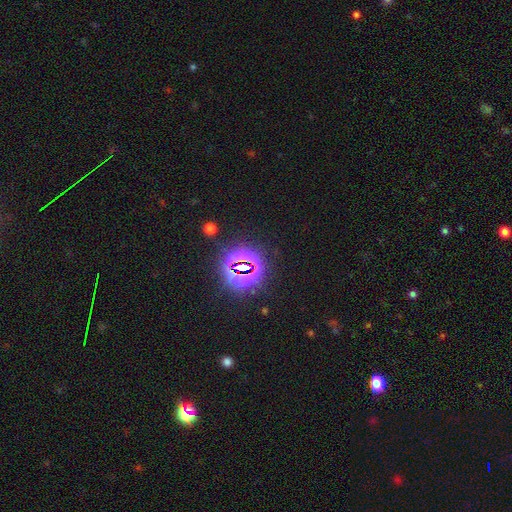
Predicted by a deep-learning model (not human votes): Morphology: type=star or artifact (79%).